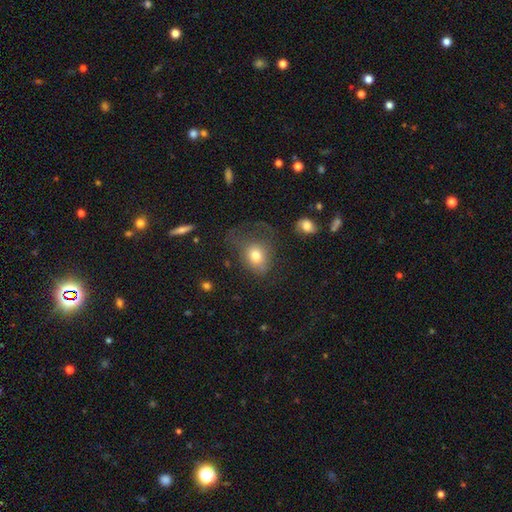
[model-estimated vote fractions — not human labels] A smooth galaxy with no disk features (74%) that is in between round and cigar-shaped (53%).

Vote fractions:
- Smooth or featured? smooth: 74% / featured or disk: 15% / star or artifact: 10%
- How rounded? in between: 53% / round: 46% / cigar-shaped: 1%
- Merging? major disturbance: 39% / none: 35% / minor disturbance: 22% / merger: 4%